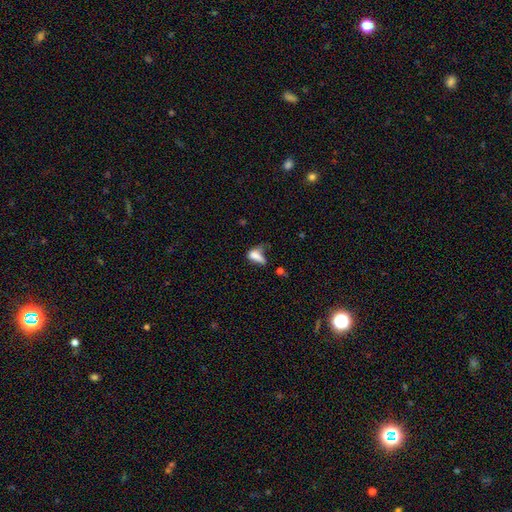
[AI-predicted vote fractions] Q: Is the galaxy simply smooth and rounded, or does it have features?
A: smooth — 68%.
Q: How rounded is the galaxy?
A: in between — 75%.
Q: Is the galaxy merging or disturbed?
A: major disturbance — 37%.